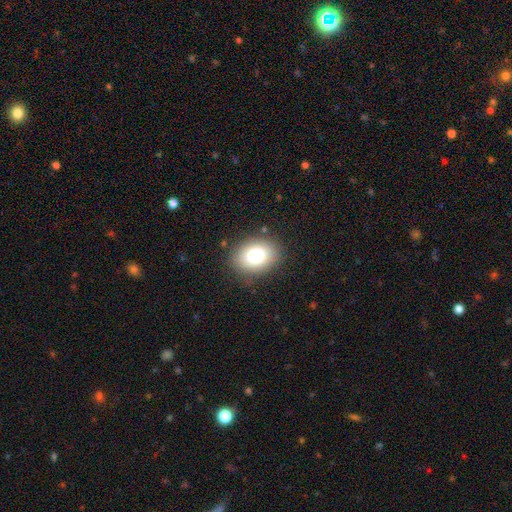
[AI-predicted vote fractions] The model was most divided on "how rounded": in between: 68%, round: 31%, cigar-shaped: 1%. More confident: merging — none (84%); smooth or featured — smooth (81%).